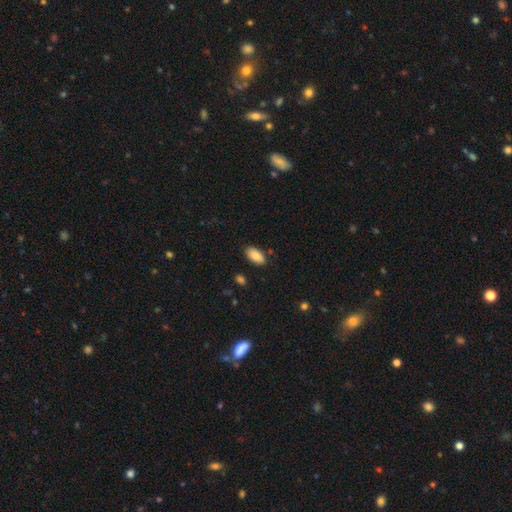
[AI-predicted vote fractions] Morphology: type=smooth (87%); roundness=in between (93%); merging=none (85%).